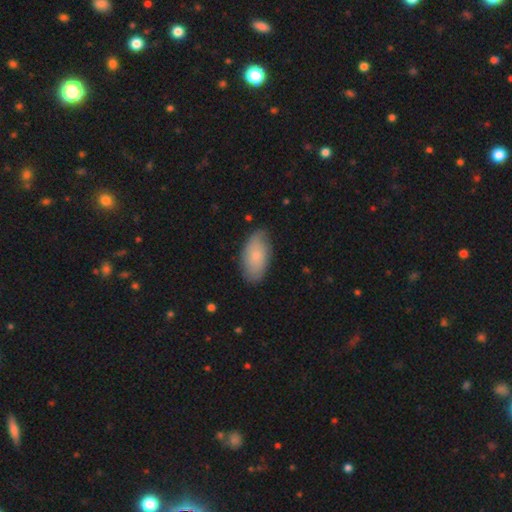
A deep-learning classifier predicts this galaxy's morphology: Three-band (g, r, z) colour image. It shows a smooth galaxy with no disk features (77%) that is in between round and cigar-shaped (94%). Merging: none (79%).